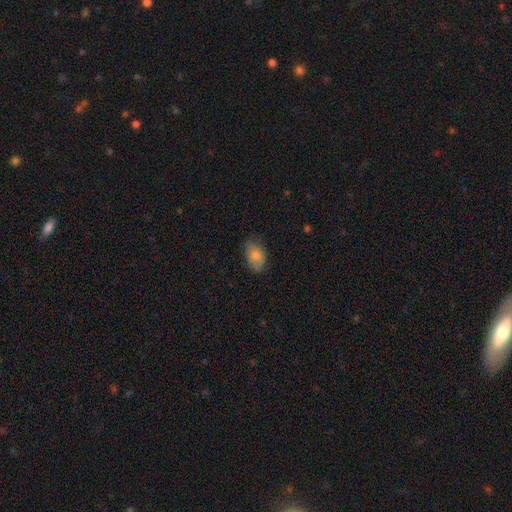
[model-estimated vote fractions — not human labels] Smooth or featured? Predicted: smooth (p=0.80). How rounded? Predicted: in between (p=0.87). Merging? Predicted: none (p=0.69).